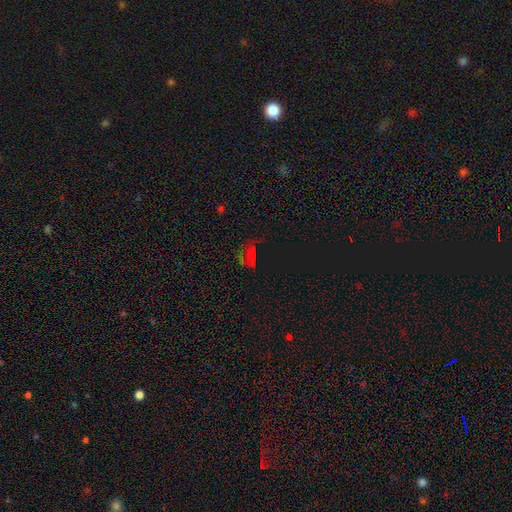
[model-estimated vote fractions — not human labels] Morphology: type=star or artifact (61%).